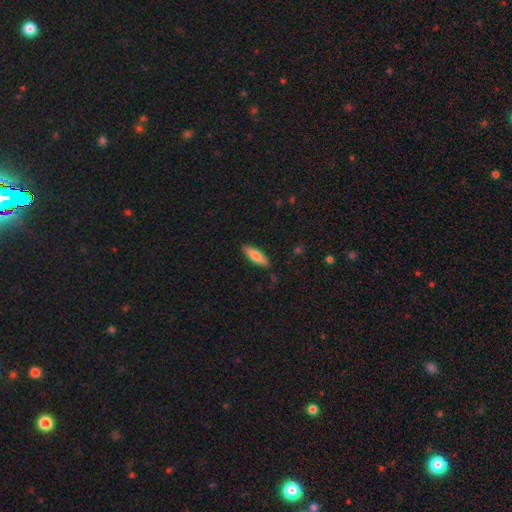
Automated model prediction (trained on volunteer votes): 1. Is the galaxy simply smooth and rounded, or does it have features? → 75% smooth, 20% featured or disk, 6% star or artifact.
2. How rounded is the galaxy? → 52% in between, 46% cigar-shaped, 2% round.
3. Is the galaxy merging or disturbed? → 87% none, 10% minor disturbance, 2% major disturbance, 1% merger.